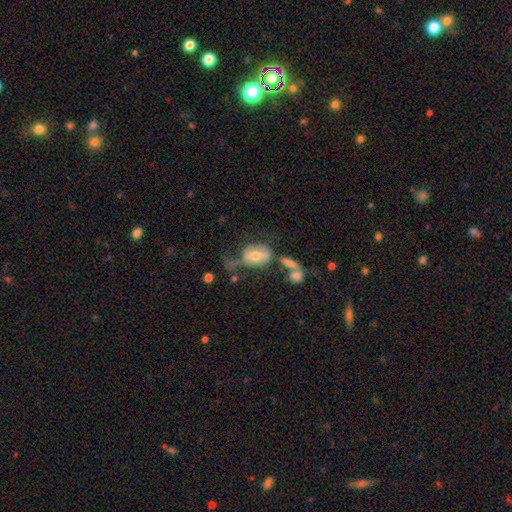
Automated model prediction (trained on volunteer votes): This is possibly a smooth galaxy (53%). How rounded: likely in between (63%). Merging: marginally major disturbance (32%).